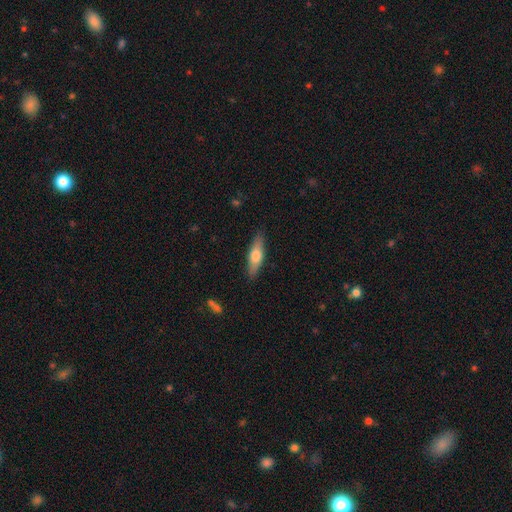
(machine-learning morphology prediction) Smooth or featured? Predicted: smooth (p=0.58). How rounded? Predicted: cigar-shaped (p=0.55). Merging? Predicted: none (p=0.87).